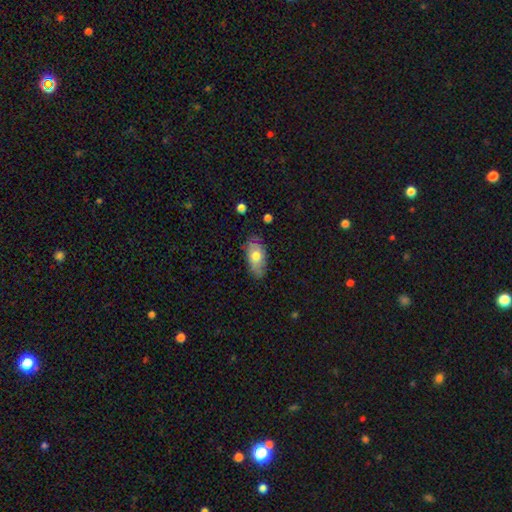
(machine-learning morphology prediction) Smooth or featured? smooth (70%)
How rounded? in between (90%)
Merging? none (69%)